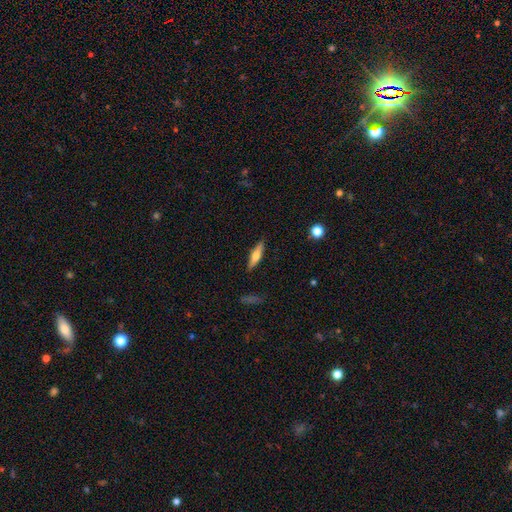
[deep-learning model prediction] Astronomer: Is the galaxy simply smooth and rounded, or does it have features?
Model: smooth — 51% (runner-up: featured or disk, 43%).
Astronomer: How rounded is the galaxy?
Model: cigar-shaped — 74%.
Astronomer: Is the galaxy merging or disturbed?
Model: none — 87%.